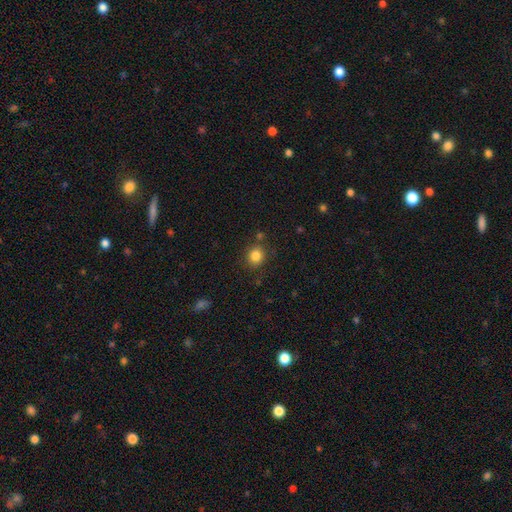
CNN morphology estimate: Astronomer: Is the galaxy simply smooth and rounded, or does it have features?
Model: smooth — 83%.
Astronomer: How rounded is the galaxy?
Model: round — 82%.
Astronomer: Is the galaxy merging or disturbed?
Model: none — 82%.